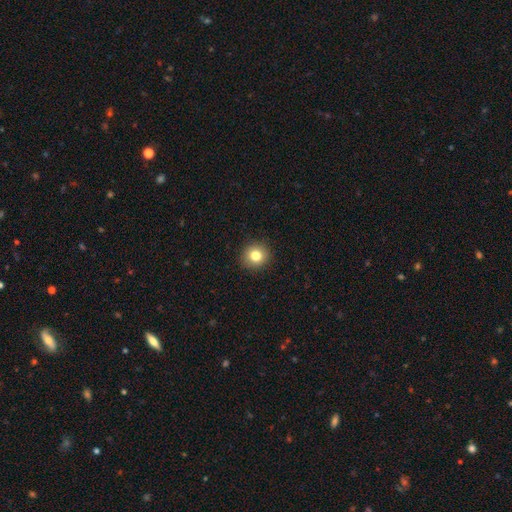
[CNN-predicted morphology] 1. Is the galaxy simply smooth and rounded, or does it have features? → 80% smooth, 11% star or artifact, 8% featured or disk.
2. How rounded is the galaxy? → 91% round, 8% in between, 1% cigar-shaped.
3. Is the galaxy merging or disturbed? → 92% none, 5% minor disturbance, 2% major disturbance, 1% merger.